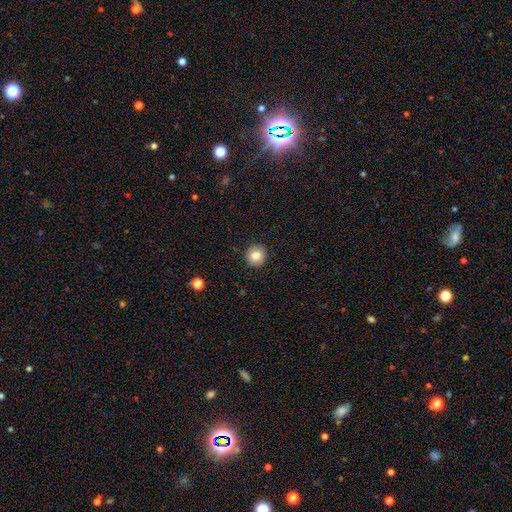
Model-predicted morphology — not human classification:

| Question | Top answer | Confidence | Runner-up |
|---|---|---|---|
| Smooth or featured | smooth | 84% | star or artifact (9%) |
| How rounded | round | 92% | in between (7%) |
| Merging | none | 91% | minor disturbance (6%) |